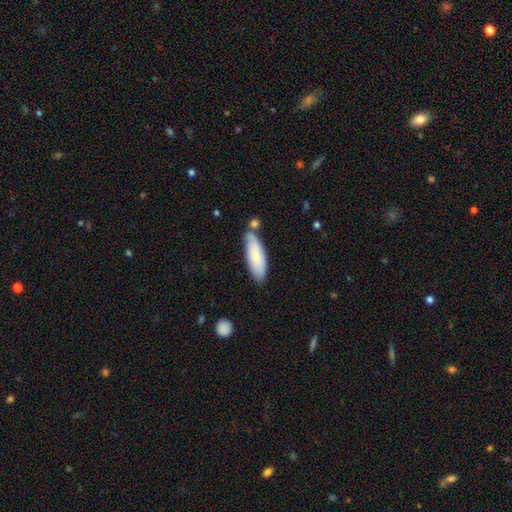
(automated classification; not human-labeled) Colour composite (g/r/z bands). It shows a smooth galaxy with no disk features (71%) that is in between round and cigar-shaped (60%). Merging: none (65%).